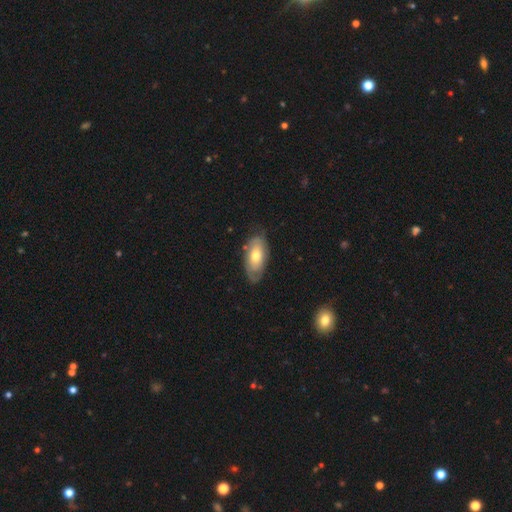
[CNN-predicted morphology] smooth 47% (tied), featured or disk 47% (tied), star or artifact 6%. Down the decision tree: merging — none (67%).